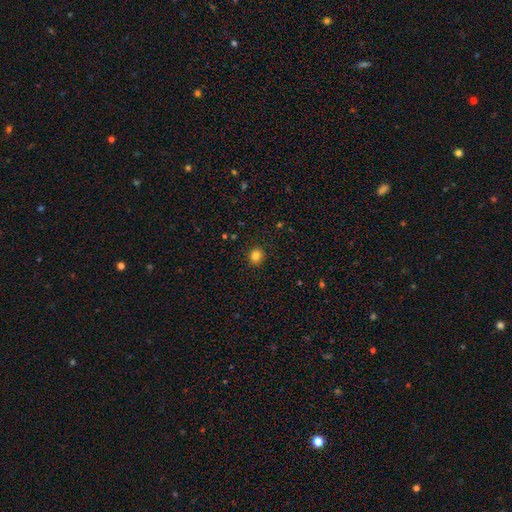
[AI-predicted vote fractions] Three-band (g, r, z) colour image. It shows a smooth galaxy with no disk features (83%) that is round (77%). Merging: none (91%).